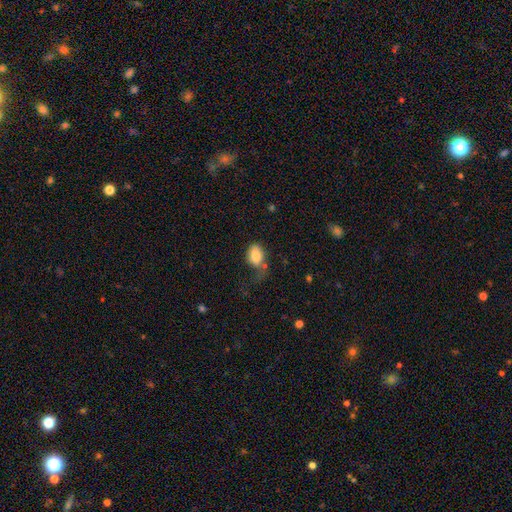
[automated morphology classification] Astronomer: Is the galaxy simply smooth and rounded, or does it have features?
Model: smooth — 82%.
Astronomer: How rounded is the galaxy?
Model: in between — 78%.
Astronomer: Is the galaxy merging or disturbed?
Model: none — 38% (runner-up: major disturbance, 27%).